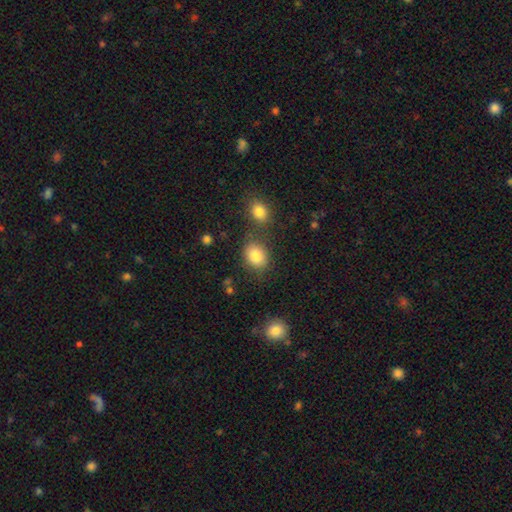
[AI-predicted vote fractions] Overall: smooth (84%). How rounded: round (50%; in between 49%). Merging: none (70%).